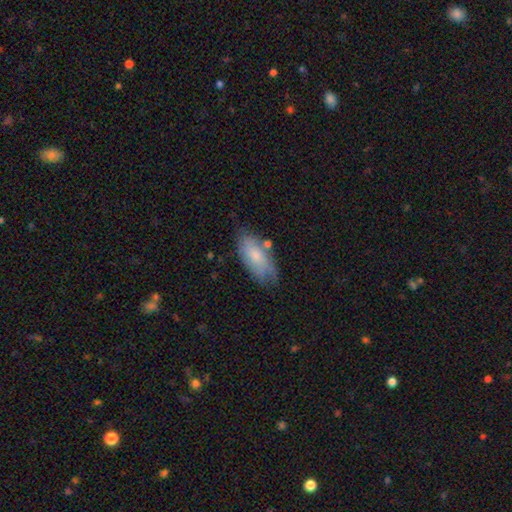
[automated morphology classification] smooth_or_featured: smooth (p=0.65) [alt: featured or disk p=0.29]
how_rounded: in between (p=0.87) [alt: cigar-shaped p=0.10]
merging: none (p=0.64) [alt: minor disturbance p=0.25]